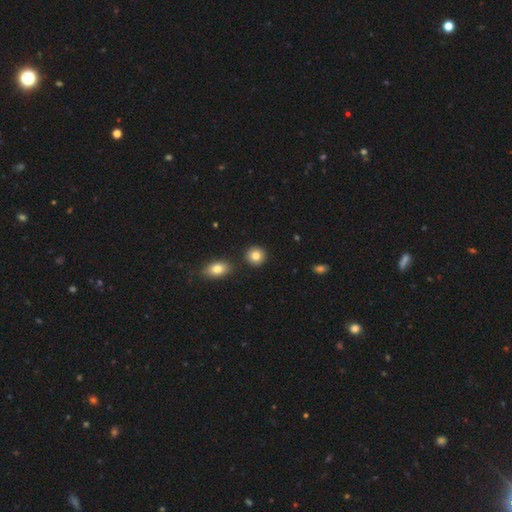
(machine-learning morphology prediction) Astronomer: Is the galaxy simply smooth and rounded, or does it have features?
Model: smooth — 83%.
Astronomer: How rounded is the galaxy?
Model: round — 87%.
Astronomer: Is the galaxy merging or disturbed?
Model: none — 87%.